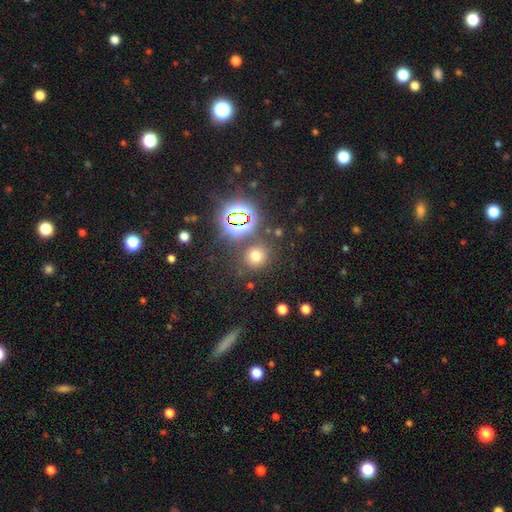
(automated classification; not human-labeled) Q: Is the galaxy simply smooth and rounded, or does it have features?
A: smooth — 63%.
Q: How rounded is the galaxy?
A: round — 88%.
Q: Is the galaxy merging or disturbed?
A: none — 81%.